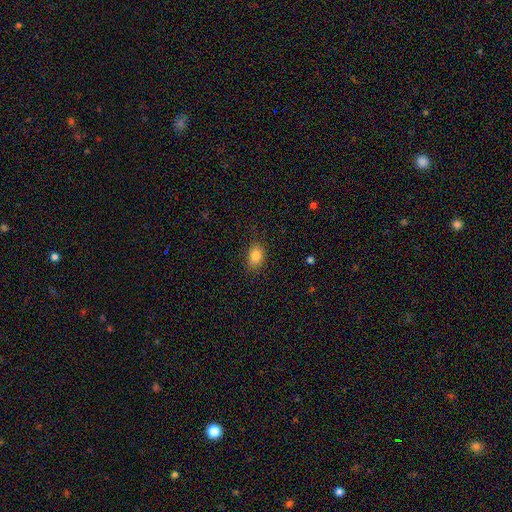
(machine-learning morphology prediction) The model was most divided on "how rounded": in between: 74%, round: 25%, cigar-shaped: 1%. More confident: smooth or featured — smooth (84%); merging — none (79%).